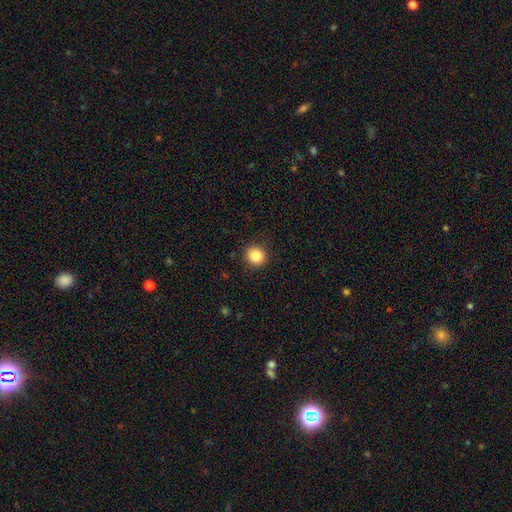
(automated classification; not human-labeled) A smooth galaxy with no disk features (87%) that is round (91%).

Vote fractions:
- Smooth or featured? smooth: 87% / star or artifact: 10% / featured or disk: 4%
- How rounded? round: 91% / in between: 8% / cigar-shaped: 1%
- Merging? none: 90% / minor disturbance: 7% / major disturbance: 2% / merger: 1%